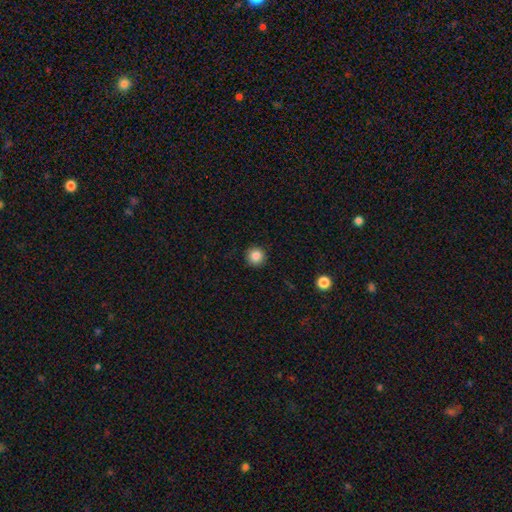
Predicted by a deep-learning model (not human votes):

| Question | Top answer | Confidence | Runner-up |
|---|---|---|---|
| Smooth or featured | smooth | 85% | star or artifact (10%) |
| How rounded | round | 95% | in between (4%) |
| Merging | none | 92% | minor disturbance (5%) |